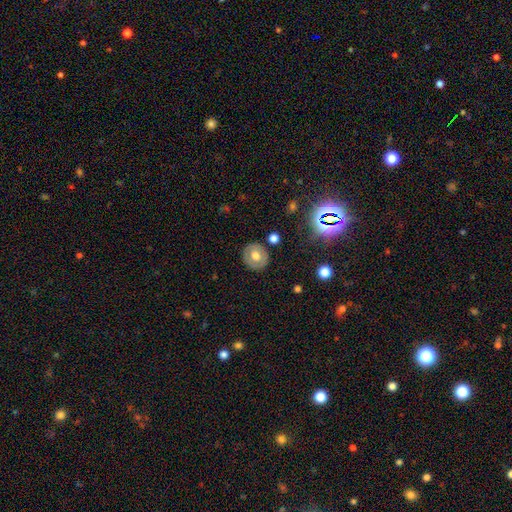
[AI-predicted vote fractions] Morphology: type=smooth (61%); roundness=round (81%); merging=none (85%).